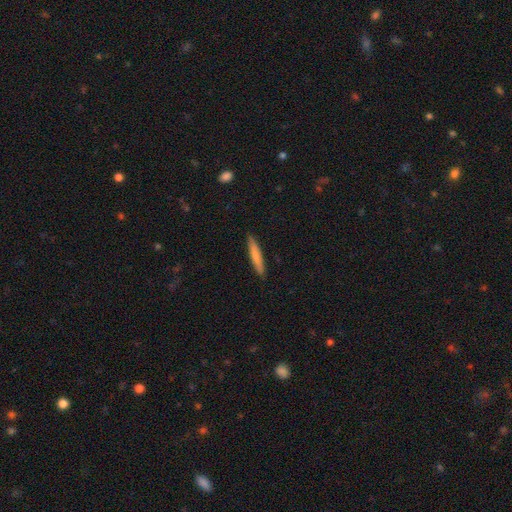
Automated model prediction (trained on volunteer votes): The model was most divided on "smooth or featured": smooth: 74%, featured or disk: 20%, star or artifact: 6%. More confident: how rounded — cigar-shaped (93%); merging — none (90%).